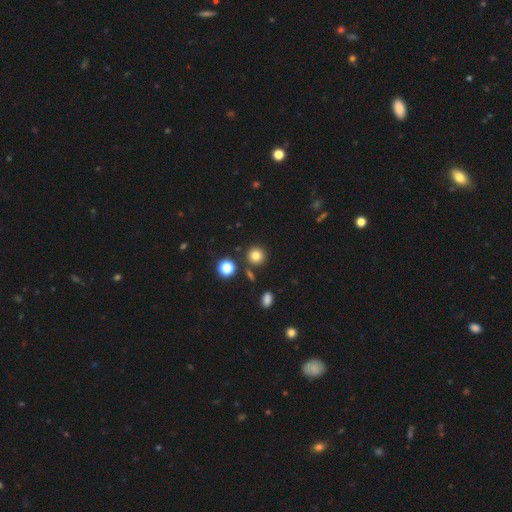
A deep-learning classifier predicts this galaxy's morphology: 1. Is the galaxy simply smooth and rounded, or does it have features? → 79% smooth, 15% star or artifact, 6% featured or disk.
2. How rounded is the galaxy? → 92% round, 7% in between, 1% cigar-shaped.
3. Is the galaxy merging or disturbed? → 85% none, 7% minor disturbance, 5% merger, 3% major disturbance.